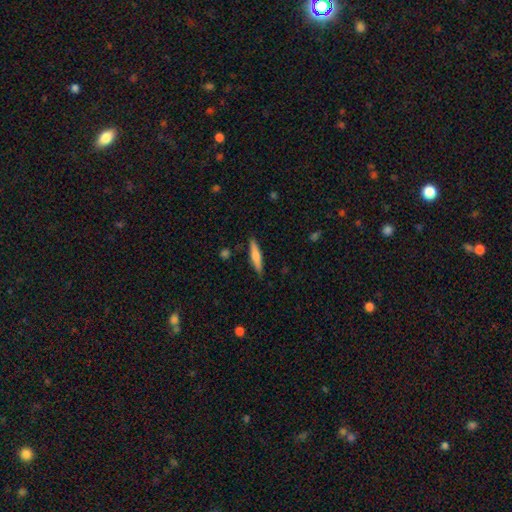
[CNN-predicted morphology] This is likely a smooth galaxy (68%). How rounded: clearly cigar-shaped (87%). Merging: clearly none (87%).